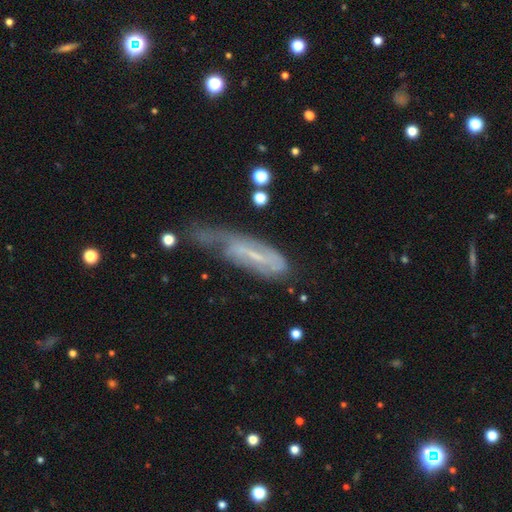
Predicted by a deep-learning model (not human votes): smooth-or-featured: featured or disk: 64% | smooth: 26% | star or artifact: 10%
  disk-edge-on: no: 72% | yes: 28%
  merging: minor disturbance: 33% | none: 32% | major disturbance: 29% | merger: 7%